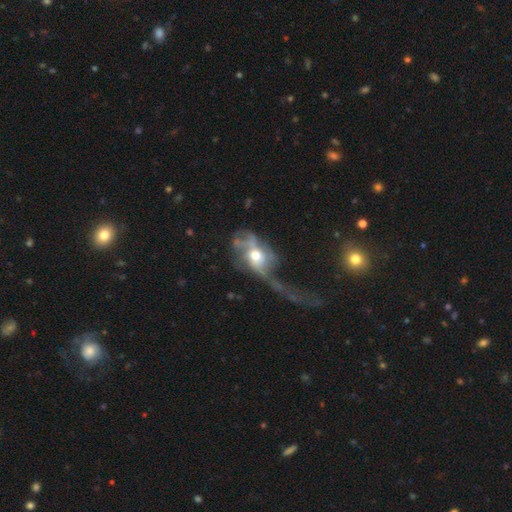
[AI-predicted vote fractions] Smooth or featured?
  - featured or disk: 63% *
  - smooth: 29%
  - star or artifact: 8%
Edge-on disk?
  - no: 93% *
  - yes: 7%
Bar?
  - no: 75% *
  - weak: 19%
  - strong: 6%
Spiral arms?
  - yes: 52% *
  - no: 48%
Bulge size?
  - moderate: 70% *
  - large: 15%
  - small: 11%
  - dominant: 2%
  - none: 1%
Merging?
  - major disturbance: 66% *
  - none: 14%
  - minor disturbance: 12%
  - merger: 8%